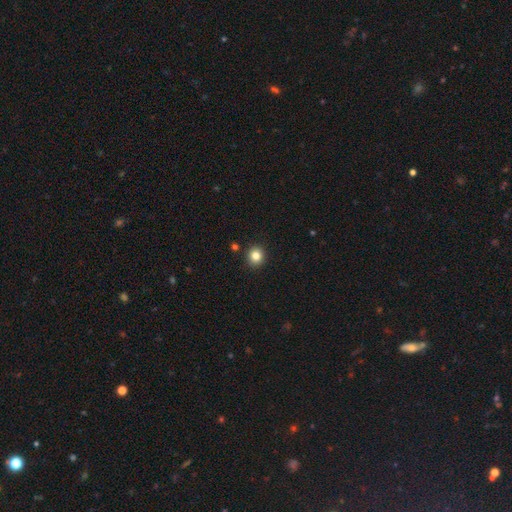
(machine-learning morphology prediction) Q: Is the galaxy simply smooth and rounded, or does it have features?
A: smooth — 83%.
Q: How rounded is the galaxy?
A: round — 89%.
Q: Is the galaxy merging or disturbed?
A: none — 91%.